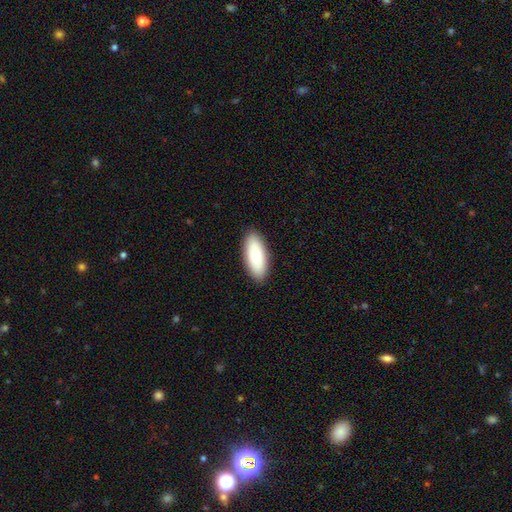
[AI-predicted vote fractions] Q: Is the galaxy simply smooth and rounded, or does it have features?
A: smooth — 84%.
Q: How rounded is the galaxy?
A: in between — 82%.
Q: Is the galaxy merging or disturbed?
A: none — 89%.